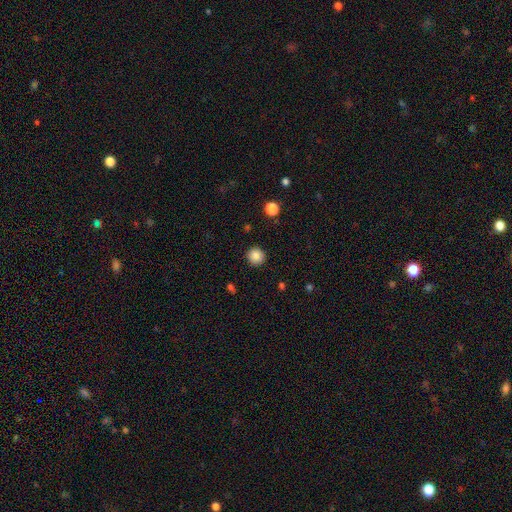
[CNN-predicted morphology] smooth 86%, star or artifact 10%, featured or disk 5%. Down the decision tree: how rounded — round (95%); merging — none (92%).